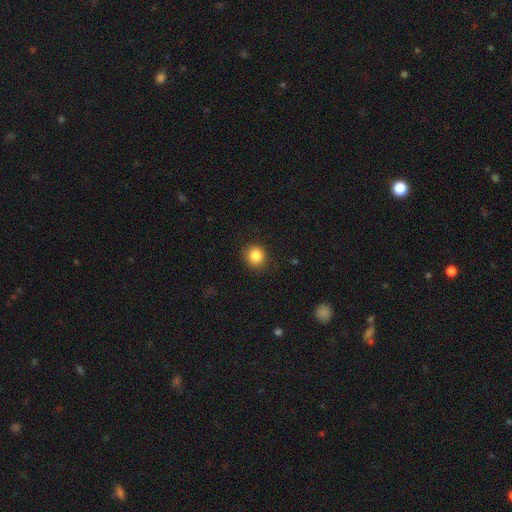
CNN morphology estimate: Smooth or featured?
  - smooth: 86% *
  - star or artifact: 10%
  - featured or disk: 4%
How rounded?
  - round: 86% *
  - in between: 13%
  - cigar-shaped: 1%
Merging?
  - none: 87% *
  - minor disturbance: 9%
  - major disturbance: 3%
  - merger: 1%